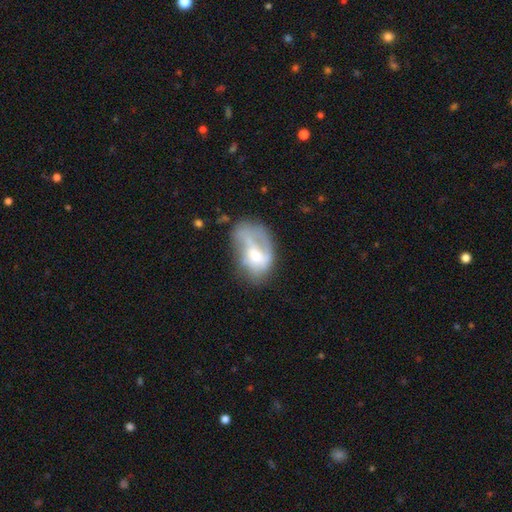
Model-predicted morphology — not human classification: Smooth or featured?
  - featured or disk: 54% *
  - smooth: 39%
  - star or artifact: 8%
Edge-on disk?
  - no: 96% *
  - yes: 4%
Bar?
  - no: 60% *
  - weak: 32%
  - strong: 8%
Spiral arms?
  - yes: 56% *
  - no: 44%
Bulge size?
  - moderate: 49% *
  - small: 29%
  - large: 11%
  - none: 9%
  - dominant: 2%
Merging?
  - major disturbance: 36% *
  - none: 32%
  - minor disturbance: 26%
  - merger: 6%